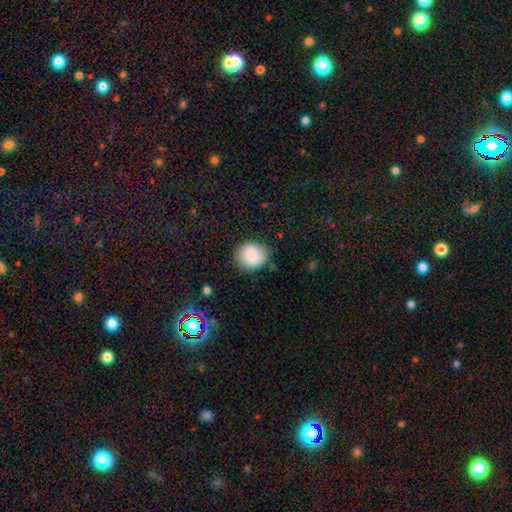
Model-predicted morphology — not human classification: A smooth galaxy with no disk features (86%) that is round (80%). Merging: none (82%).